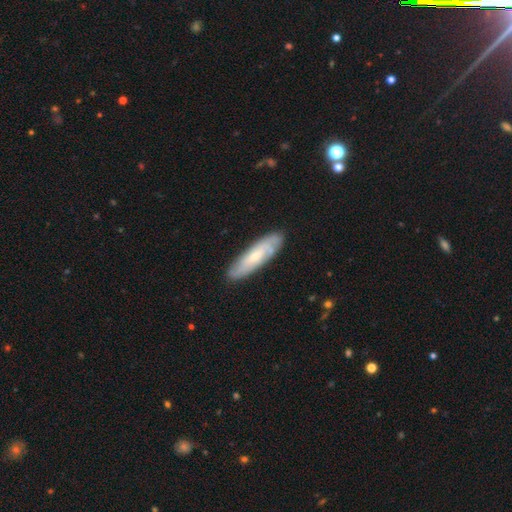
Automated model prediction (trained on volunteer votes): This is possibly a featured or disk galaxy (54%). It is likely not viewed edge-on (66%). Merging: clearly none (83%).